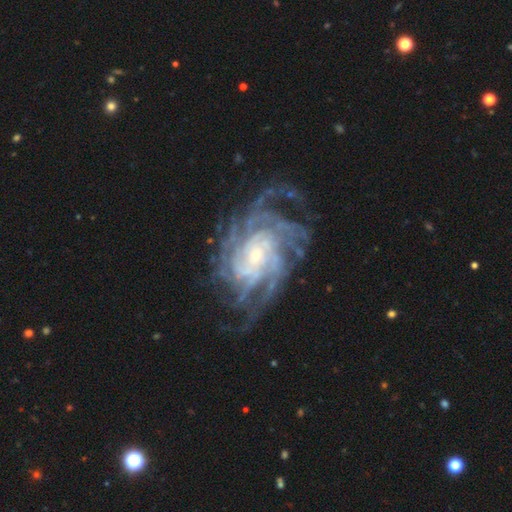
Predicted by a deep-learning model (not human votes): Smooth or featured?
  - featured or disk: 91% *
  - star or artifact: 5%
  - smooth: 3%
Edge-on disk?
  - no: 97% *
  - yes: 3%
Bar?
  - no: 65% *
  - weak: 25%
  - strong: 9%
Spiral arms?
  - yes: 98% *
  - no: 2%
Spiral winding?
  - tight: 63% *
  - medium: 30%
  - loose: 7%
Spiral arm count?
  - more than 4: 30% *
  - 4: 24%
  - can't tell: 19%
  - 3: 10%
  - 2: 9%
  - 1: 8%
Bulge size?
  - small: 75% *
  - moderate: 19%
  - large: 3%
  - none: 2%
  - dominant: 1%
Merging?
  - none: 70% *
  - minor disturbance: 16%
  - major disturbance: 13%
  - merger: 2%